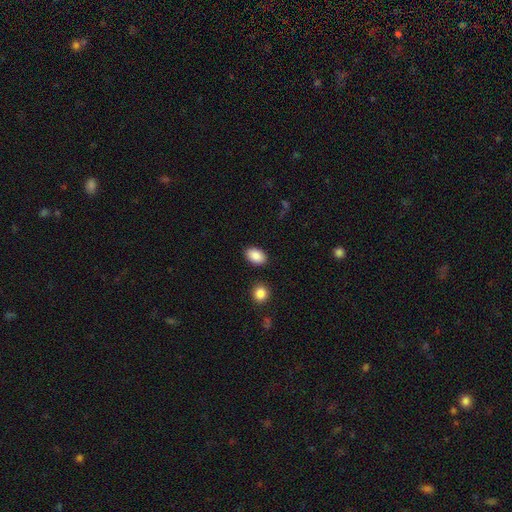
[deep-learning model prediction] This appears to be a smooth galaxy with no disk features (89%) that is in between round and cigar-shaped (89%). Merging: none (87%).